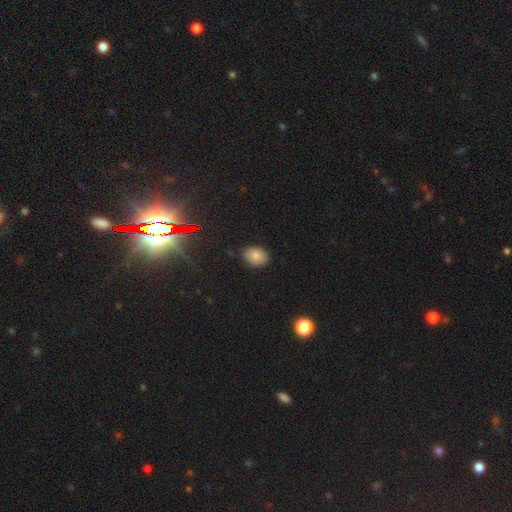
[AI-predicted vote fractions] Smooth or featured? Predicted: smooth (p=0.82). How rounded? Predicted: in between (p=0.69). Merging? Predicted: none (p=0.87).